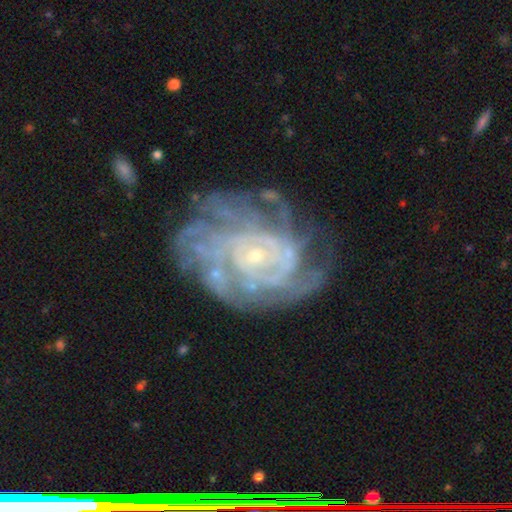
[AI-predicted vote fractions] A featured or disk galaxy (87%) with no bar (75%), tight (75%) spiral arms (94%) and a small central bulge (82%). Merging: none (58%).